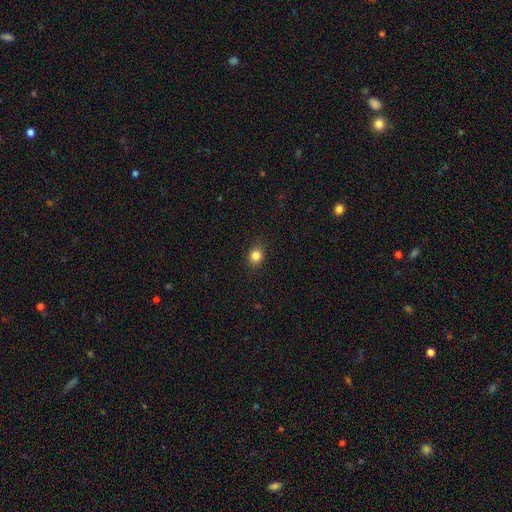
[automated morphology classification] smooth_or_featured: smooth (p=0.83) [alt: star or artifact p=0.11]
how_rounded: round (p=0.69) [alt: in between p=0.30]
merging: none (p=0.86) [alt: minor disturbance p=0.10]